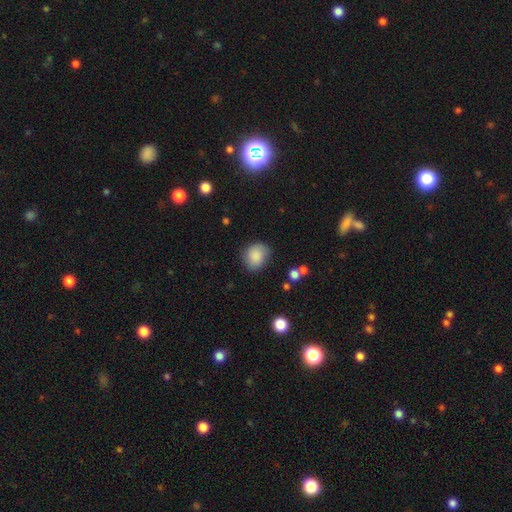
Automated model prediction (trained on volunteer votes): Smooth or featured? smooth (86%)
How rounded? round (65%)
Merging? none (77%)